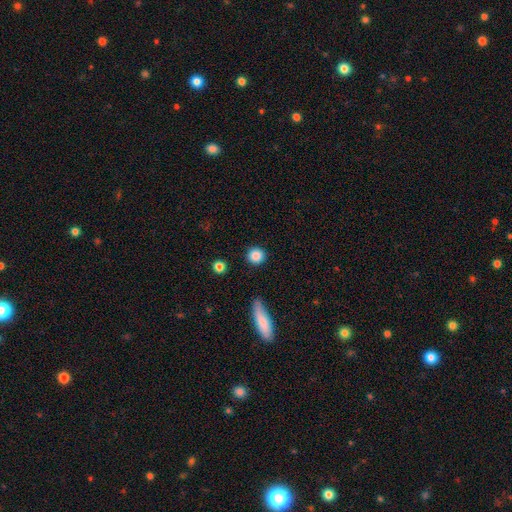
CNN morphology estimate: This appears to be a smooth galaxy with no disk features (87%) that is round (93%). Merging: none (89%).